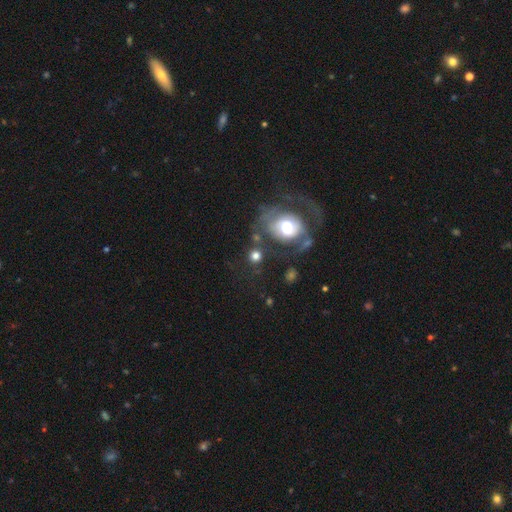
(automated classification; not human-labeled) Smooth or featured? Predicted: smooth (p=0.66). How rounded? Predicted: round (p=0.86). Merging? Predicted: none (p=0.64).